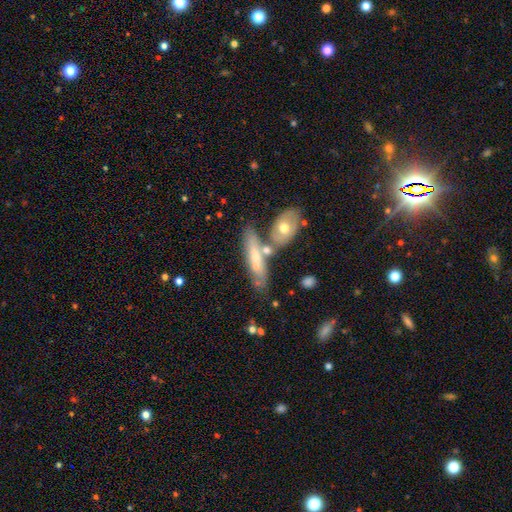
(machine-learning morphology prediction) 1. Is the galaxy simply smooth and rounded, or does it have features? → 48% smooth, 44% featured or disk, 8% star or artifact.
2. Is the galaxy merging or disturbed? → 54% none, 24% merger, 17% minor disturbance, 5% major disturbance.